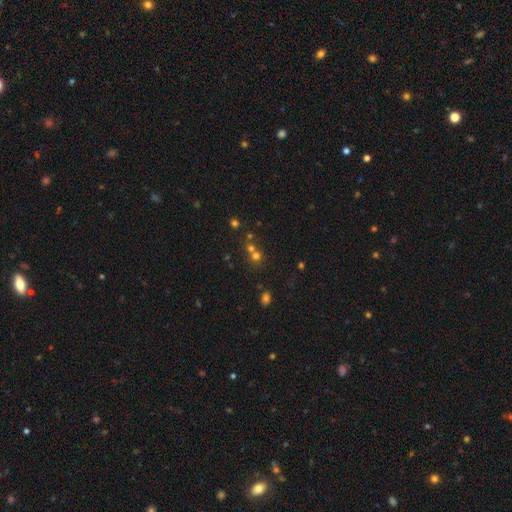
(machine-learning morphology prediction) This is possibly a smooth galaxy (60%). How rounded: clearly round (86%). Merging: possibly none (50%).